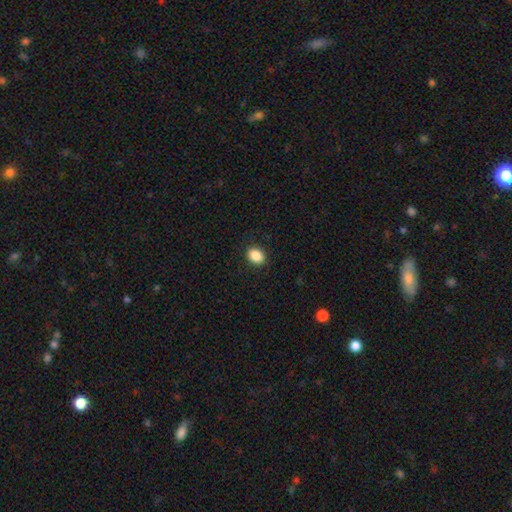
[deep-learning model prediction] Smooth or featured?
  - smooth: 88% *
  - star or artifact: 8%
  - featured or disk: 3%
How rounded?
  - in between: 63% *
  - round: 36%
  - cigar-shaped: 1%
Merging?
  - none: 89% *
  - minor disturbance: 8%
  - major disturbance: 2%
  - merger: 1%